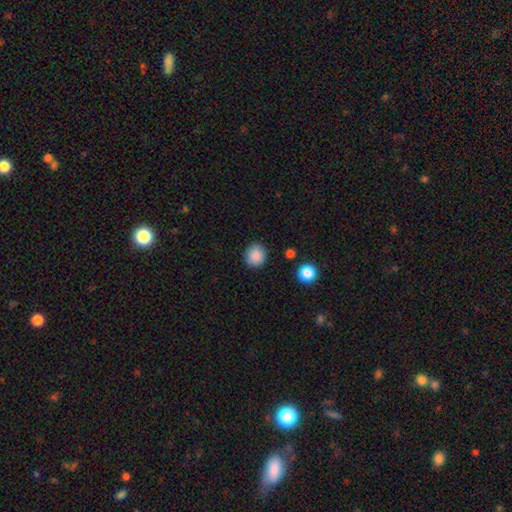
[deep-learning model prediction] Morphology: type=smooth (88%); roundness=round (85%); merging=none (87%).